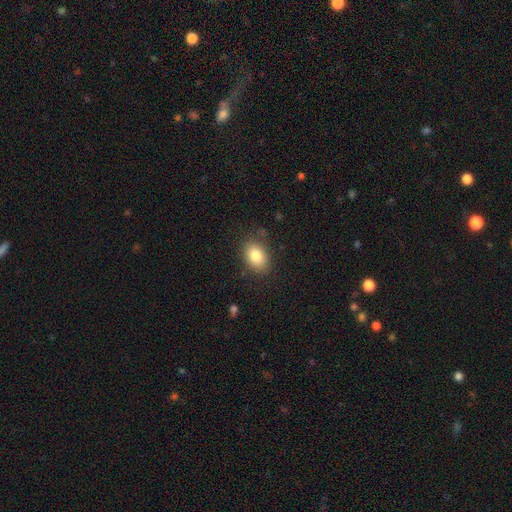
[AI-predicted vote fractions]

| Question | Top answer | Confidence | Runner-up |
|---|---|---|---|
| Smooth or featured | smooth | 83% | featured or disk (9%) |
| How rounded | in between | 78% | round (21%) |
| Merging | none | 82% | minor disturbance (12%) |